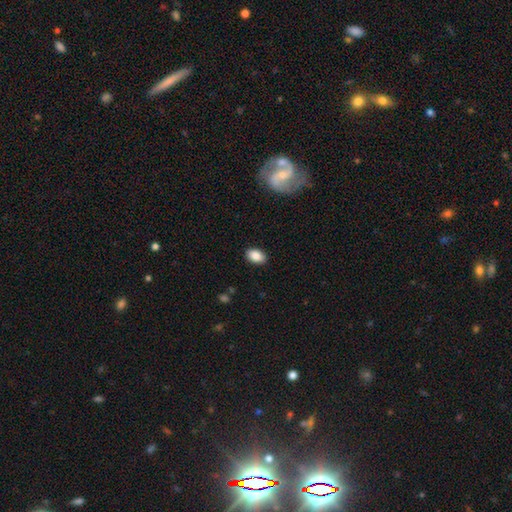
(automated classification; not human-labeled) A smooth galaxy with no disk features (87%) that is in between round and cigar-shaped (88%).

Vote fractions:
- Smooth or featured? smooth: 87% / star or artifact: 8% / featured or disk: 5%
- How rounded? in between: 88% / round: 10% / cigar-shaped: 1%
- Merging? none: 89% / minor disturbance: 8% / major disturbance: 2% / merger: 1%